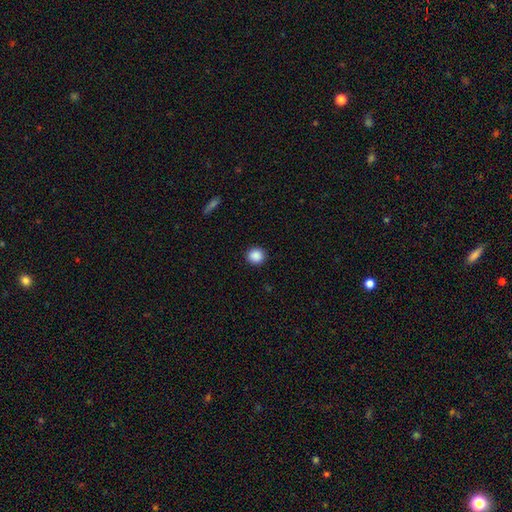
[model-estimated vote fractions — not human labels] Smooth or featured? Predicted: smooth (p=0.88). How rounded? Predicted: round (p=0.90). Merging? Predicted: none (p=0.92).